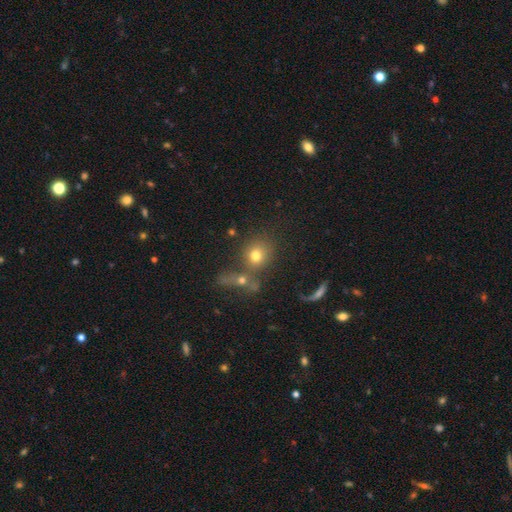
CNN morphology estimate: Overall: smooth (71%). How rounded: round (77%). Merging: none (49%; merger 34%).